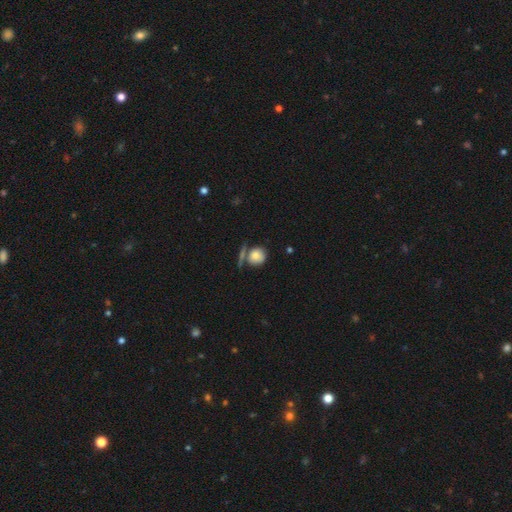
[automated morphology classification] Smooth or featured? smooth (76%)
How rounded? round (83%)
Merging? none (55%)